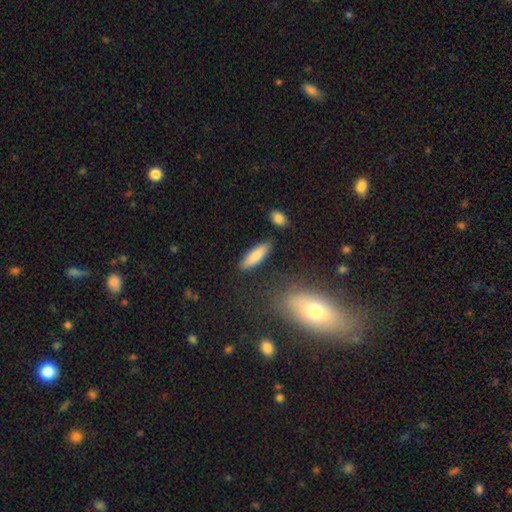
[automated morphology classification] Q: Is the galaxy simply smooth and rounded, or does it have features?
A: smooth — 82%.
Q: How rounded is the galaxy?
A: cigar-shaped — 51%.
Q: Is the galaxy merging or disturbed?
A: none — 83%.